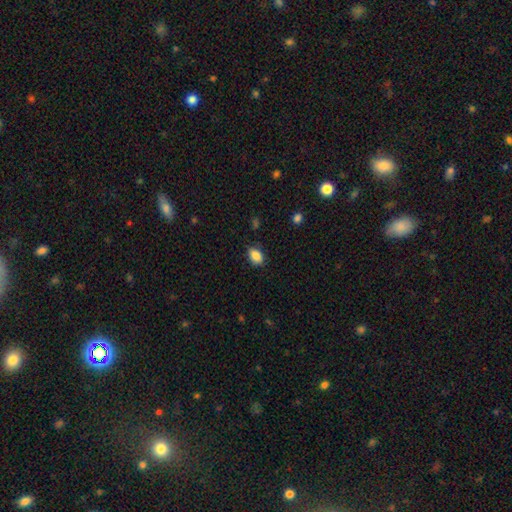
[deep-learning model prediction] Smooth or featured?
  - smooth: 87% *
  - star or artifact: 8%
  - featured or disk: 5%
How rounded?
  - in between: 84% *
  - round: 14%
  - cigar-shaped: 2%
Merging?
  - none: 81% *
  - minor disturbance: 15%
  - major disturbance: 3%
  - merger: 1%